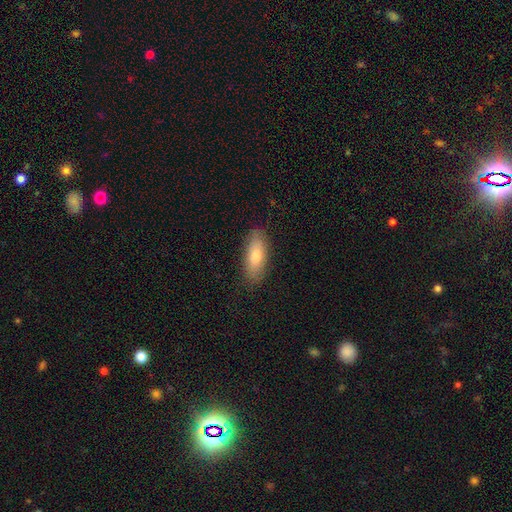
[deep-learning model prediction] The model was most divided on "how rounded": in between: 71%, cigar-shaped: 26%, round: 2%. More confident: merging — none (86%); smooth or featured — smooth (77%).